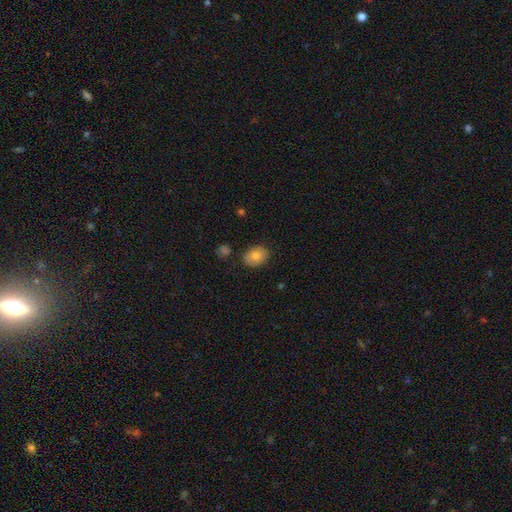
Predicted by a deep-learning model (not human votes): Smooth or featured? smooth (78%)
How rounded? in between (61%)
Merging? none (82%)